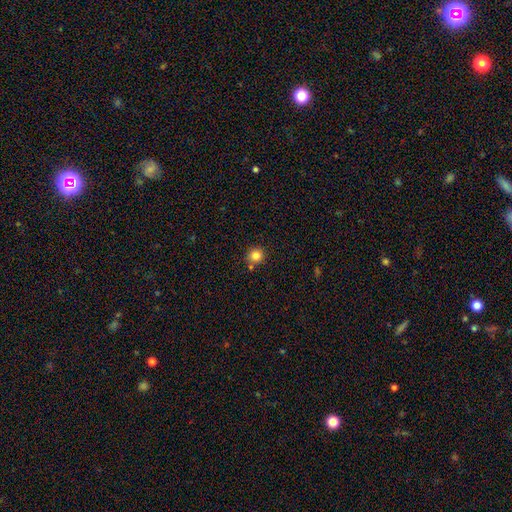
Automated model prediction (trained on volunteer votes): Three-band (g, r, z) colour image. It shows a smooth galaxy with no disk features (83%) that is round (93%). Merging: none (79%).